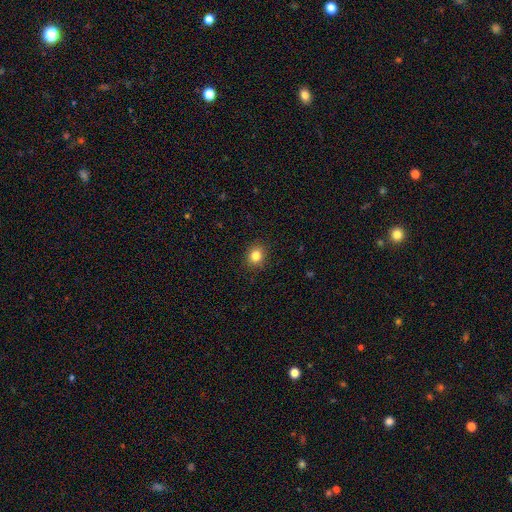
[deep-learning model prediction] Morphology: type=smooth (84%); roundness=round (70%); merging=none (89%).